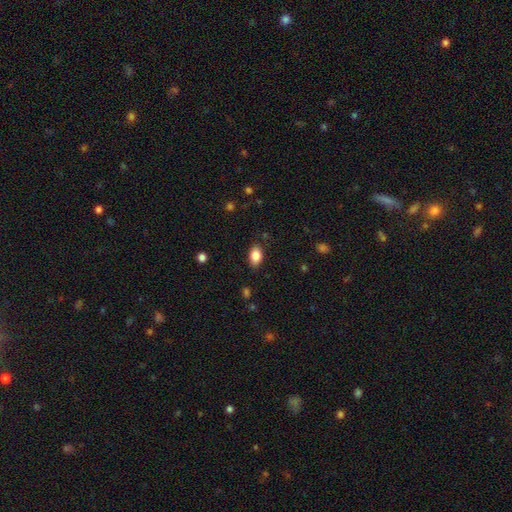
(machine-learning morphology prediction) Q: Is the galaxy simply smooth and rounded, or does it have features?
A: smooth — 85%.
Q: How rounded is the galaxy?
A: in between — 89%.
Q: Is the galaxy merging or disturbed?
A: none — 85%.